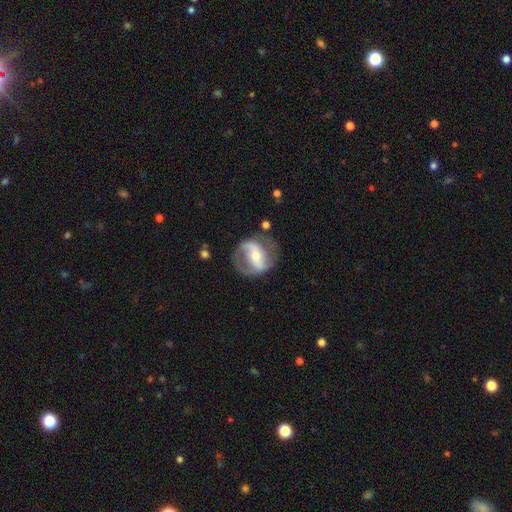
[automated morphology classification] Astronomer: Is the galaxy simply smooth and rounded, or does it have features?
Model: featured or disk — 77%.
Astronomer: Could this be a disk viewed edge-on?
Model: no — 96%.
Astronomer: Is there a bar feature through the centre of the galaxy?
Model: strong — 46% (runner-up: weak, 30%).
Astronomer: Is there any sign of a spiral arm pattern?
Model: yes — 81%.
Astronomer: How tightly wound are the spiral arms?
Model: medium — 45% (runner-up: loose, 33%).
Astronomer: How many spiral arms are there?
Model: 2 — 84%.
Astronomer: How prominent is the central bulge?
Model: moderate — 52% (runner-up: small, 42%).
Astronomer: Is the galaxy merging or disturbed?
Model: none — 68%.